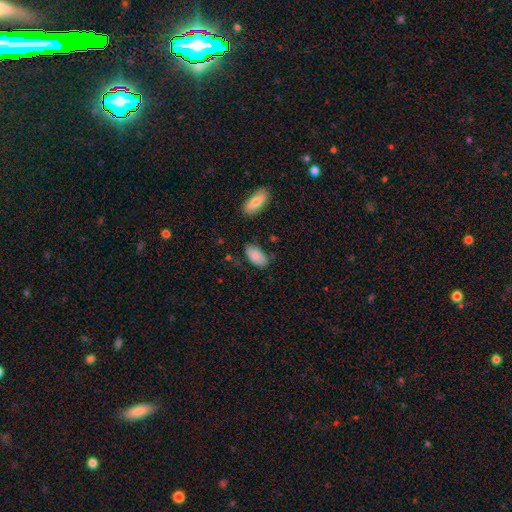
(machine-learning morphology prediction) Q: Smooth or featured?
A: smooth (85%); runner-up: featured or disk (8%)
Q: How rounded?
A: in between (94%); runner-up: cigar-shaped (3%)
Q: Merging?
A: none (72%); runner-up: minor disturbance (21%)